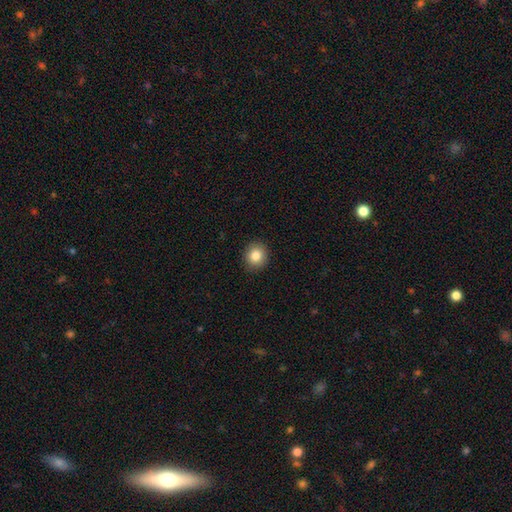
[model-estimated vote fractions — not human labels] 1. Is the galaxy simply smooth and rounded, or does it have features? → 84% smooth, 9% star or artifact, 7% featured or disk.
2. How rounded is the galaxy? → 84% round, 15% in between, 1% cigar-shaped.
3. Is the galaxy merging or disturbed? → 91% none, 7% minor disturbance, 2% major disturbance, 1% merger.